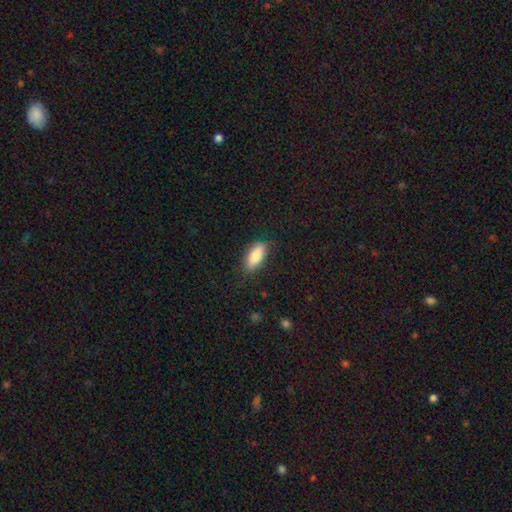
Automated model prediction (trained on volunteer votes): The model was most divided on "merging": none: 79%, minor disturbance: 17%, major disturbance: 4%, merger: 1%. More confident: smooth or featured — smooth (83%); how rounded — in between (82%).